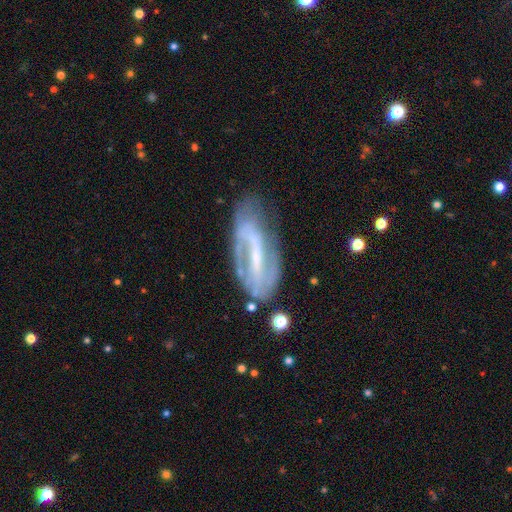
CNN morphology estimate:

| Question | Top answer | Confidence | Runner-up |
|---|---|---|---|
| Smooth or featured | featured or disk | 77% | smooth (15%) |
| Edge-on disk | no | 87% | yes (13%) |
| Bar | strong | 58% | weak (29%) |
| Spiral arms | yes | 75% | no (25%) |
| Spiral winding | medium | 38% | tight (35%) |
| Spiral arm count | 2 | 59% | can't tell (24%) |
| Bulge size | small | 51% | moderate (24%) |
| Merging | none | 63% | minor disturbance (21%) |